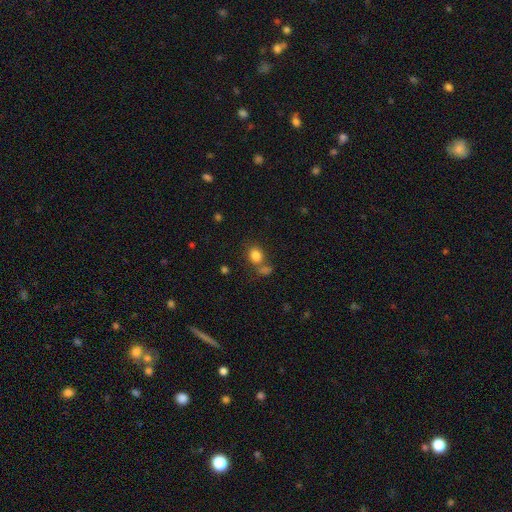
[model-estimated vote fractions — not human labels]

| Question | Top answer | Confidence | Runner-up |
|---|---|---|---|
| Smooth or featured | smooth | 82% | star or artifact (11%) |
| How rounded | round | 56% | in between (43%) |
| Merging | none | 58% | merger (25%) |